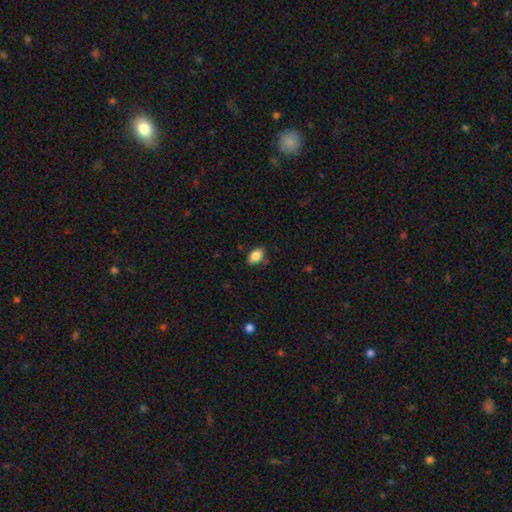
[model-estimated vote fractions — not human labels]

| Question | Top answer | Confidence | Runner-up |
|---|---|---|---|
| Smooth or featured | smooth | 85% | star or artifact (8%) |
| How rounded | in between | 89% | round (9%) |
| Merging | none | 82% | minor disturbance (14%) |